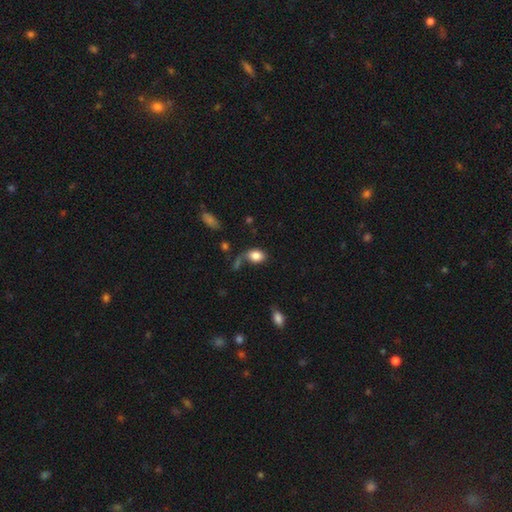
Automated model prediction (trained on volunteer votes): Overall: smooth (83%). How rounded: in between (76%). Merging: none (46%; minor disturbance 21%).